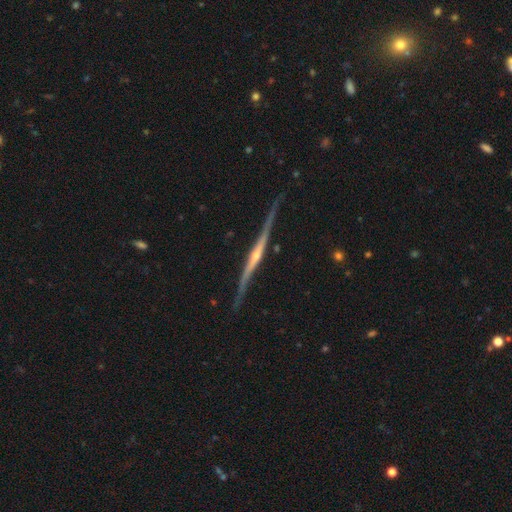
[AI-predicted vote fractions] Q: Smooth or featured?
A: featured or disk (89%); runner-up: smooth (6%)
Q: Edge-on disk?
A: yes (98%); runner-up: no (2%)
Q: Edge-on bulge?
A: rounded (80%); runner-up: none (13%)
Q: Merging?
A: none (85%); runner-up: minor disturbance (11%)